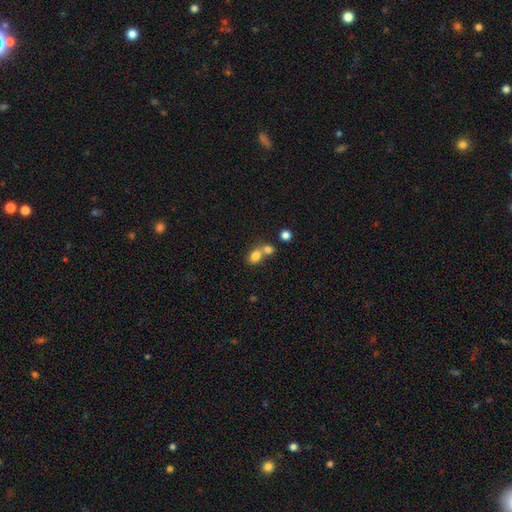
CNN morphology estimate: Smooth or featured?
  - smooth: 79% *
  - star or artifact: 11%
  - featured or disk: 10%
How rounded?
  - in between: 57% *
  - round: 42%
  - cigar-shaped: 2%
Merging?
  - merger: 53% *
  - none: 36%
  - minor disturbance: 8%
  - major disturbance: 3%